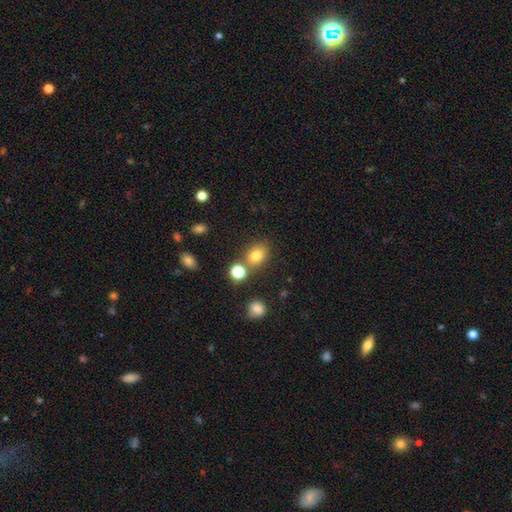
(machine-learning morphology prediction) The model was most divided on "how rounded": in between: 54%, round: 45%, cigar-shaped: 1%. More confident: smooth or featured — smooth (77%); merging — none (69%).